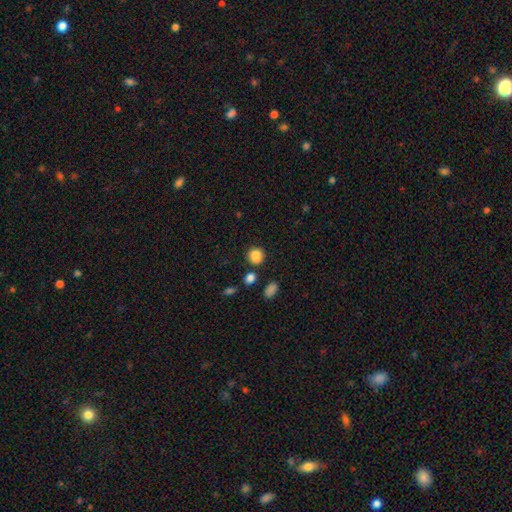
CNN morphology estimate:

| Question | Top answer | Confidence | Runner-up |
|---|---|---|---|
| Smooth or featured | smooth | 85% | star or artifact (10%) |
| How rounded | round | 86% | in between (13%) |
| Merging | none | 79% | minor disturbance (11%) |